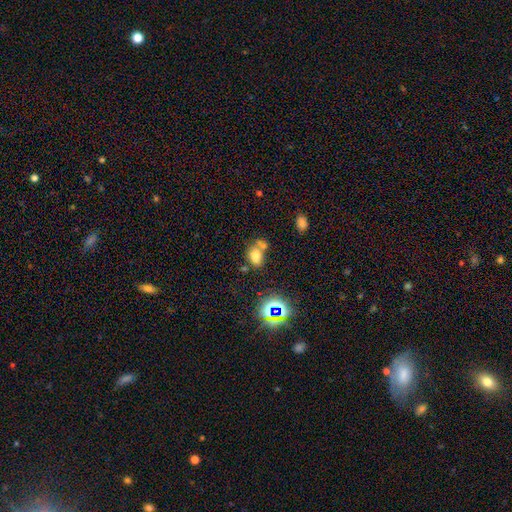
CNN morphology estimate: smooth_or_featured: smooth (p=0.70) [alt: star or artifact p=0.19]
how_rounded: in between (p=0.70) [alt: round p=0.29]
merging: none (p=0.47) [alt: merger p=0.34]